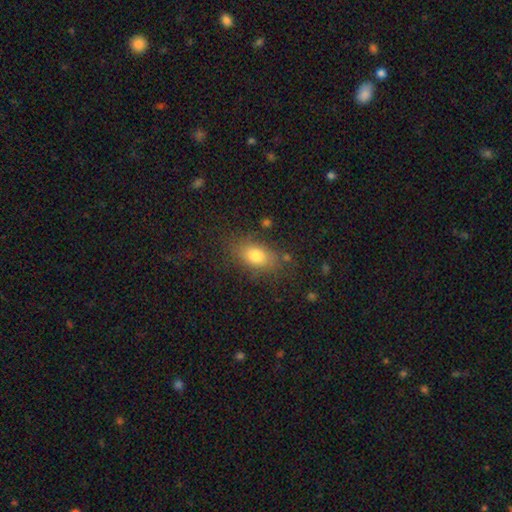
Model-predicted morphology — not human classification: A smooth galaxy with no disk features (79%) that is in between round and cigar-shaped (83%).

Vote fractions:
- Smooth or featured? smooth: 79% / featured or disk: 11% / star or artifact: 10%
- How rounded? in between: 83% / round: 13% / cigar-shaped: 4%
- Merging? none: 76% / minor disturbance: 16% / major disturbance: 6% / merger: 2%